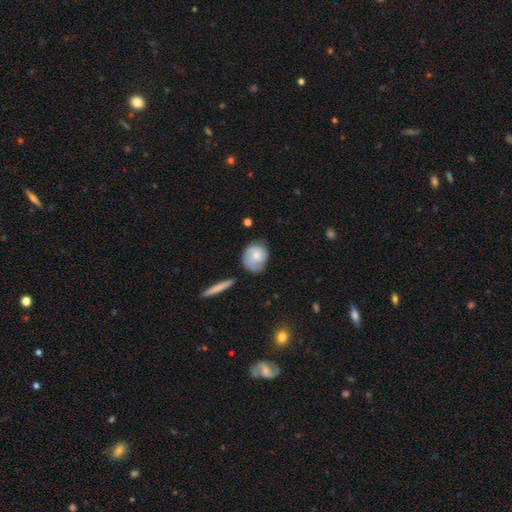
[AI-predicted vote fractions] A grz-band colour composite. It shows a smooth galaxy with no disk features (60%) that is round (63%). Merging: none (58%).